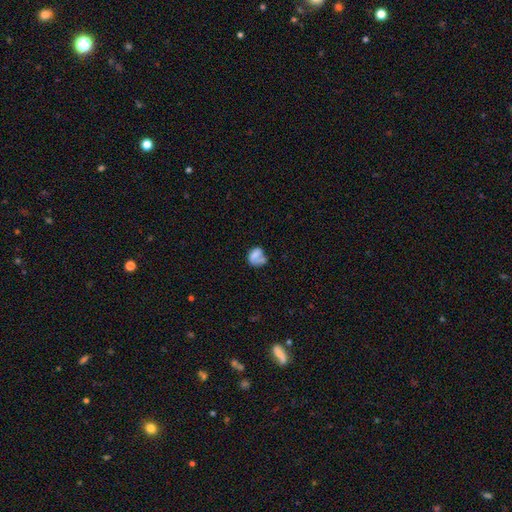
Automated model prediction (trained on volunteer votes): smooth 68%, featured or disk 22%, star or artifact 10%. Down the decision tree: how rounded — round (52%); merging — none (38%).